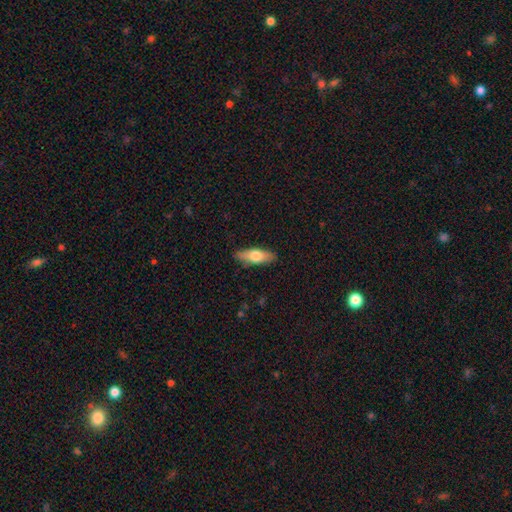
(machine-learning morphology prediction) smooth 65%, featured or disk 29%, star or artifact 6%. Down the decision tree: how rounded — in between (59%); merging — none (87%).